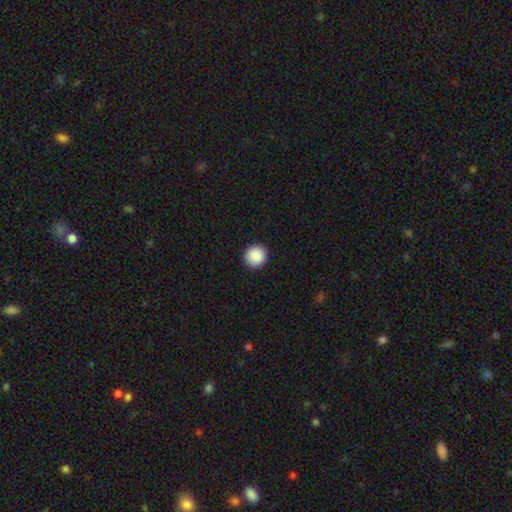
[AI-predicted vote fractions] Morphology: type=smooth (89%); roundness=round (94%); merging=none (93%).